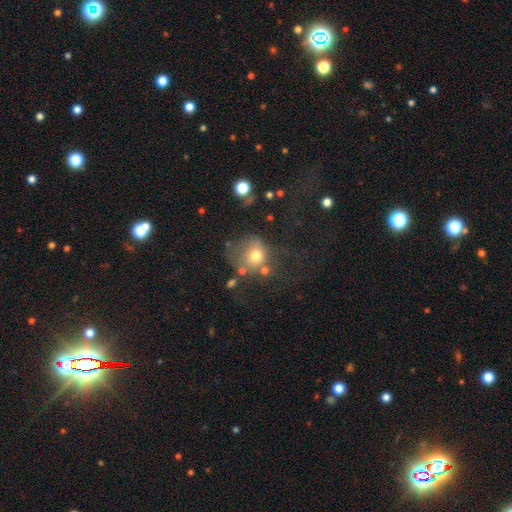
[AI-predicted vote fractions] A smooth galaxy with no disk features (68%) that is round (76%).

Vote fractions:
- Smooth or featured? smooth: 68% / featured or disk: 17% / star or artifact: 15%
- How rounded? round: 76% / in between: 23% / cigar-shaped: 1%
- Merging? none: 40% / major disturbance: 25% / minor disturbance: 20% / merger: 14%